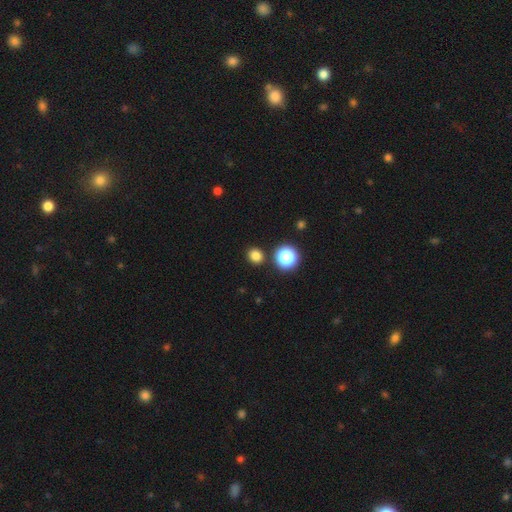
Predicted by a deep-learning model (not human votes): Q: Smooth or featured?
A: smooth (79%); runner-up: star or artifact (16%)
Q: How rounded?
A: round (81%); runner-up: in between (18%)
Q: Merging?
A: none (87%); runner-up: minor disturbance (7%)